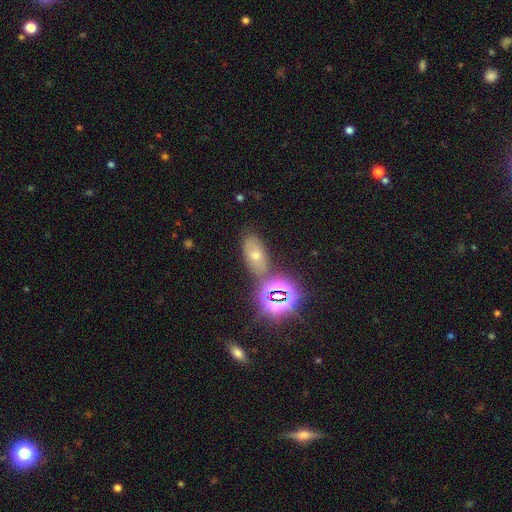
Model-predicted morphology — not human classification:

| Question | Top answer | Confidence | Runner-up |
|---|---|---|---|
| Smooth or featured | smooth | 46% | star or artifact (32%) |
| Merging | none | 69% | minor disturbance (15%) |